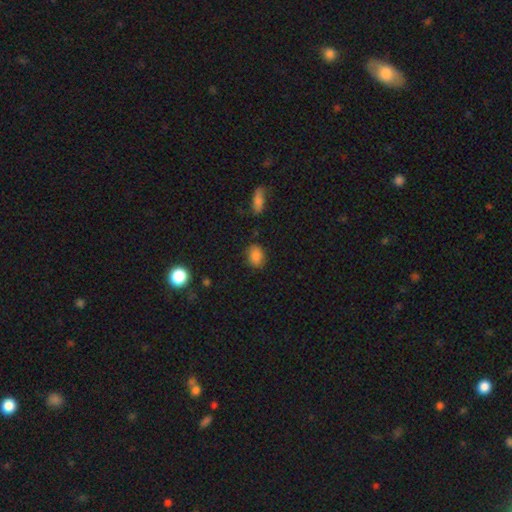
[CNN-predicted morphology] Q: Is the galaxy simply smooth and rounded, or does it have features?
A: smooth — 84%.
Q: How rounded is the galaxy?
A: in between — 62%.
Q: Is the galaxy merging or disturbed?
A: none — 82%.